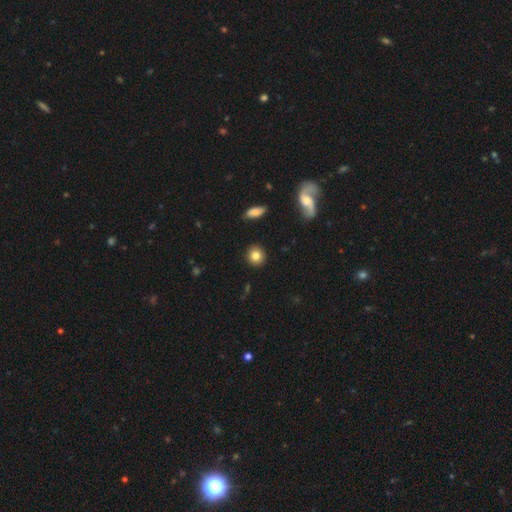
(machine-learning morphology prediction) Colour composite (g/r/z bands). It shows a smooth galaxy with no disk features (82%) that is round (88%). Merging: none (91%).